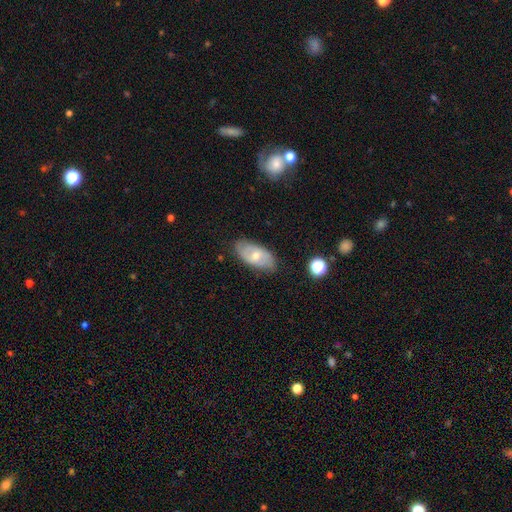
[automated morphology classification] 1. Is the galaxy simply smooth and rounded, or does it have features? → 51% smooth, 43% featured or disk, 7% star or artifact.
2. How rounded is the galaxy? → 92% in between, 5% cigar-shaped, 3% round.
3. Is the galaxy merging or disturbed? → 77% none, 18% minor disturbance, 4% major disturbance, 1% merger.